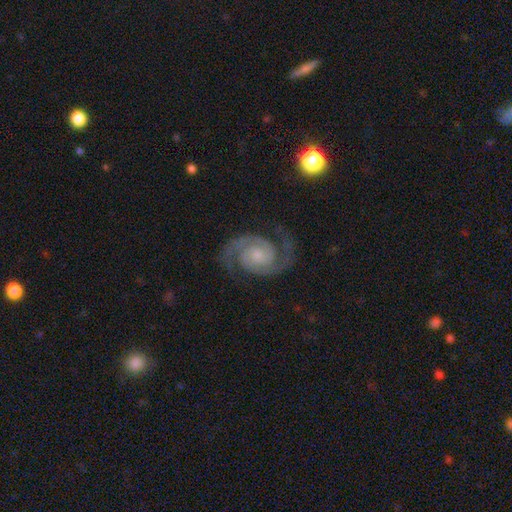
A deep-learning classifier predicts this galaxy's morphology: Smooth or featured? Predicted: featured or disk (p=0.92). Edge-on disk? Predicted: no (p=0.98). Bar? Predicted: no (p=0.68). Spiral arms? Predicted: yes (p=0.99). Spiral winding? Predicted: medium (p=0.49). Spiral arm count? Predicted: 2 (p=0.94). Bulge size? Predicted: small (p=0.49). Merging? Predicted: none (p=0.81).